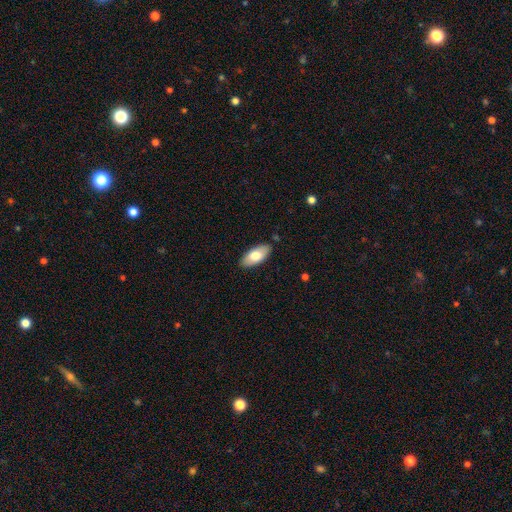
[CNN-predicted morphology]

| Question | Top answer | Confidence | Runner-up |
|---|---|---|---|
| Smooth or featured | smooth | 77% | featured or disk (17%) |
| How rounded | in between | 90% | cigar-shaped (8%) |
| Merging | none | 87% | minor disturbance (10%) |